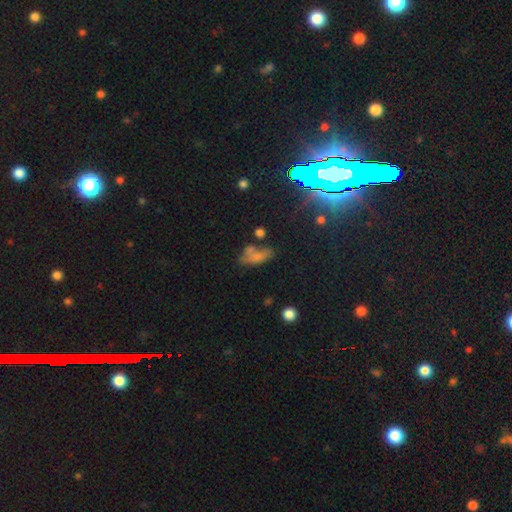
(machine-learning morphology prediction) type=smooth (63%); roundness=in between (77%); merging=none (36%).